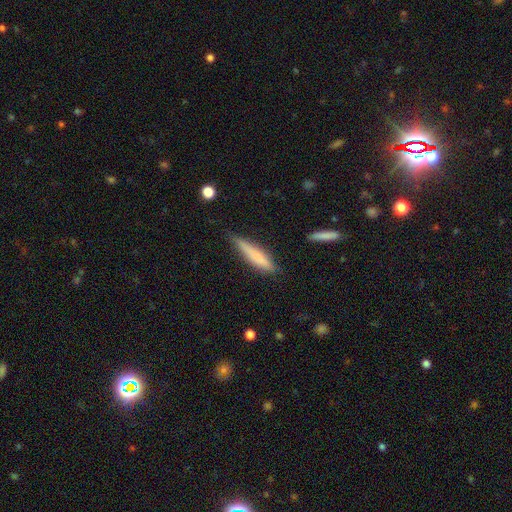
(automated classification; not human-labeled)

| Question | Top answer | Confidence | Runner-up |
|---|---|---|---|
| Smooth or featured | smooth | 75% | featured or disk (18%) |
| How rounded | cigar-shaped | 85% | in between (13%) |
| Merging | none | 69% | minor disturbance (25%) |